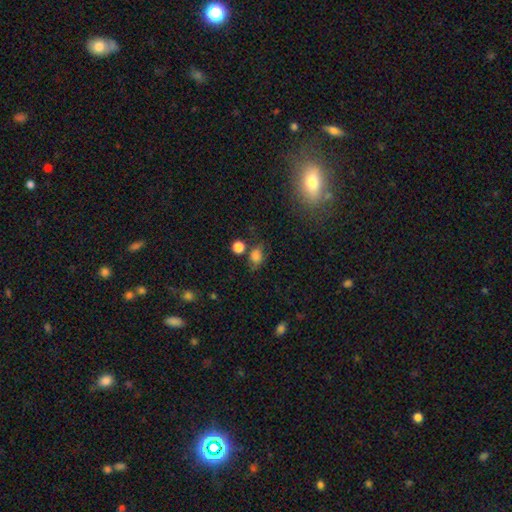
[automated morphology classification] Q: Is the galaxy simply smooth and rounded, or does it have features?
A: smooth — 77%.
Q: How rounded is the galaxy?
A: in between — 55%.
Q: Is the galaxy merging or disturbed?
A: none — 57%.